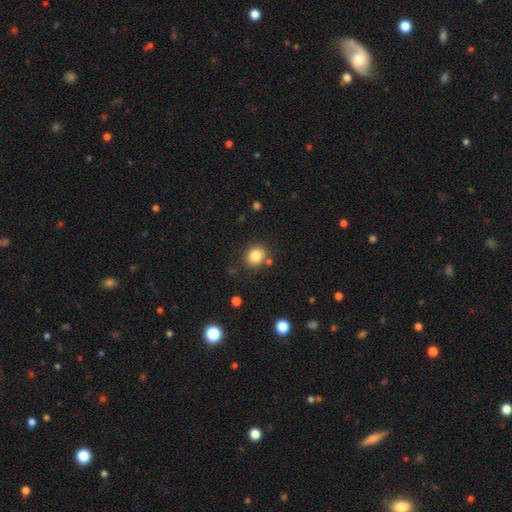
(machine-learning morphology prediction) This appears to be a smooth galaxy with no disk features (83%) that is round (79%). Merging: none (81%).